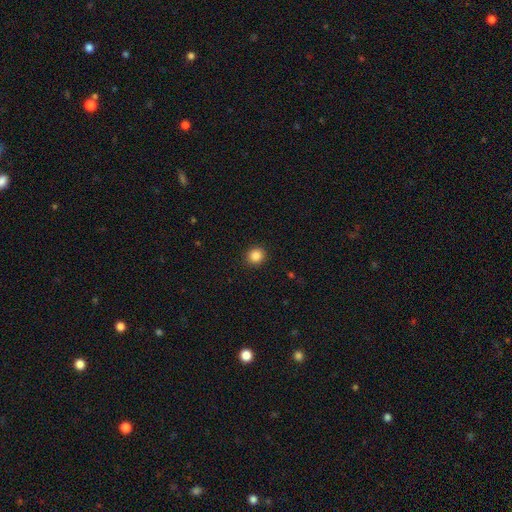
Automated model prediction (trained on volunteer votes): Smooth or featured: smooth — 86% (star or artifact — 11%)
How rounded: round — 91% (in between — 8%)
Merging: none — 92% (minor disturbance — 5%)